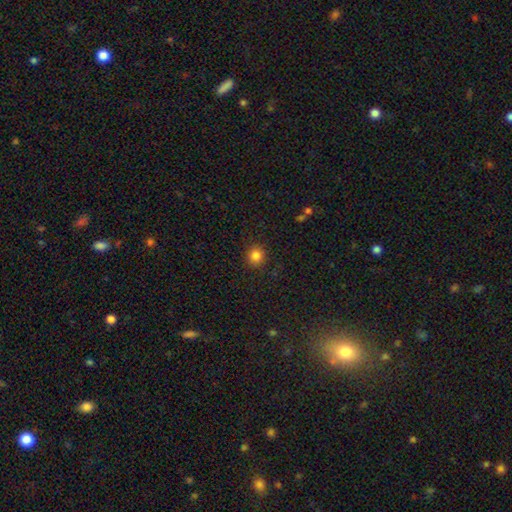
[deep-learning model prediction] Morphology: type=smooth (84%); roundness=round (89%); merging=none (90%).